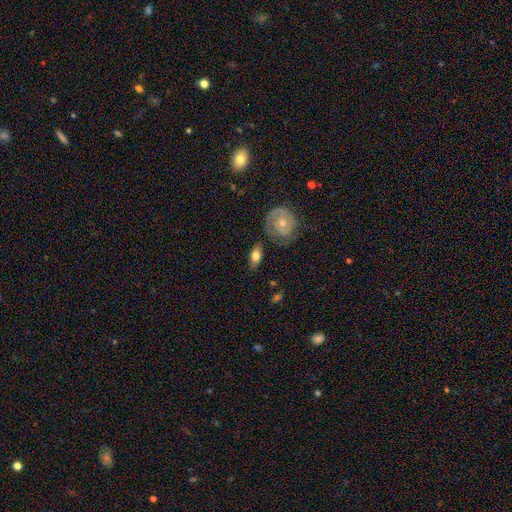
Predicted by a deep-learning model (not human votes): A smooth galaxy with no disk features (64%) that is in between round and cigar-shaped (80%). Merging: none (72%).